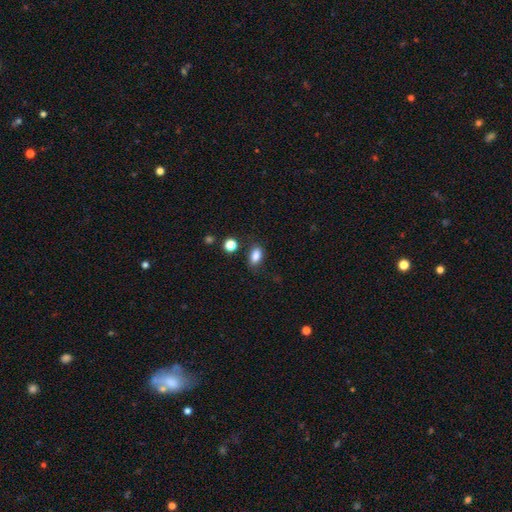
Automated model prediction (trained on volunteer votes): smooth-or-featured: smooth: 85% | star or artifact: 10% | featured or disk: 5%
  how-rounded: in between: 85% | round: 12% | cigar-shaped: 3%
  merging: none: 78% | minor disturbance: 14% | major disturbance: 4% | merger: 4%